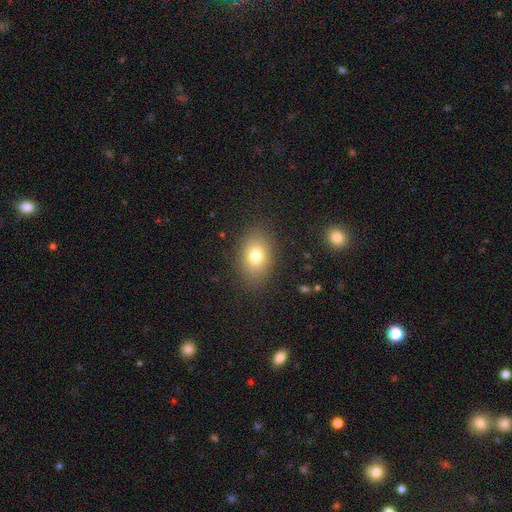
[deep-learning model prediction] Smooth or featured?
  - smooth: 77% *
  - featured or disk: 12%
  - star or artifact: 11%
How rounded?
  - in between: 77% *
  - round: 21%
  - cigar-shaped: 1%
Merging?
  - none: 85% *
  - minor disturbance: 10%
  - major disturbance: 4%
  - merger: 1%